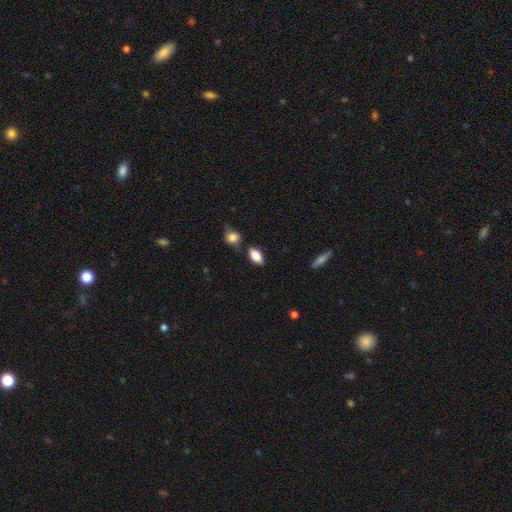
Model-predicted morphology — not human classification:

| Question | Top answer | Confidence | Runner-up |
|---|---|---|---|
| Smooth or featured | smooth | 84% | featured or disk (9%) |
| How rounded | in between | 90% | round (5%) |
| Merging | none | 74% | minor disturbance (14%) |